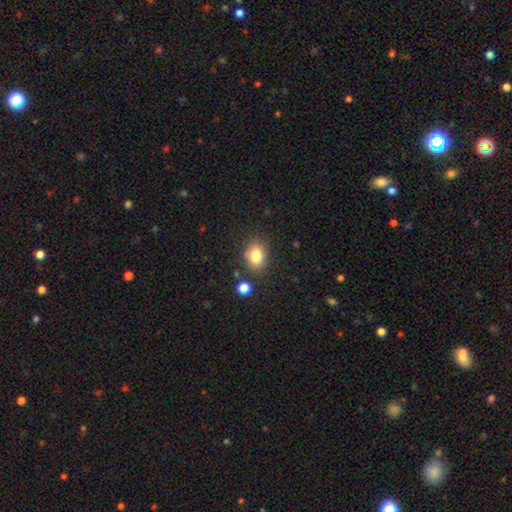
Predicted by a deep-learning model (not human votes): This appears to be a smooth galaxy with no disk features (81%) that is in between round and cigar-shaped (50%). Merging: none (77%).